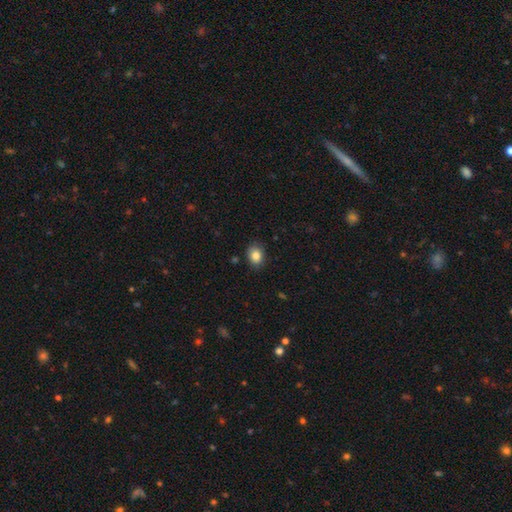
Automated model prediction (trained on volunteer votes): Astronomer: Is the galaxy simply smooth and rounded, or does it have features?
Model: smooth — 84%.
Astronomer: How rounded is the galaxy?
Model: in between — 58% (runner-up: round, 41%).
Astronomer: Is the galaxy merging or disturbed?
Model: none — 84%.